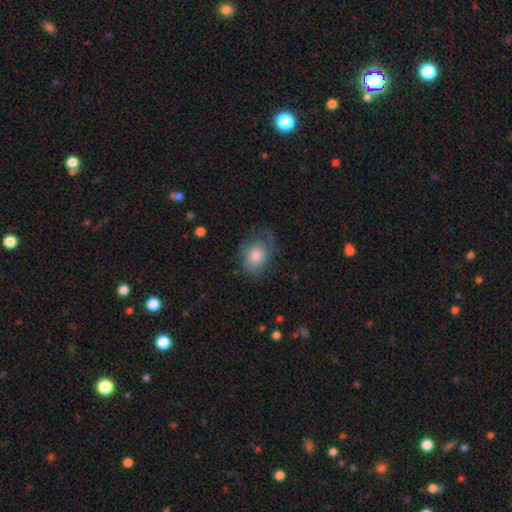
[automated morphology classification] type=smooth (59%); roundness=in between (55%); merging=none (51%).